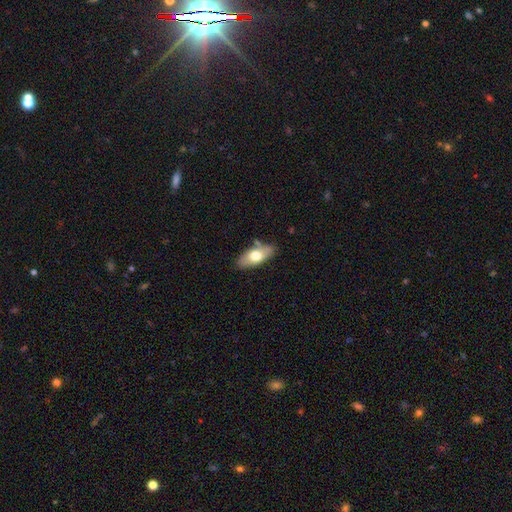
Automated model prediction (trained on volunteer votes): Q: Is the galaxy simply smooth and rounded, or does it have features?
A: smooth — 66%.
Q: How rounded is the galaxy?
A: in between — 86%.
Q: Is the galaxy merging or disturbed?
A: none — 76%.